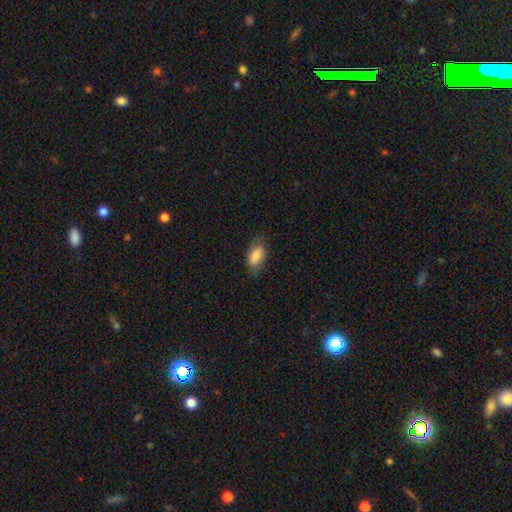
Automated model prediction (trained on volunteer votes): Q: Smooth or featured?
A: smooth (77%); runner-up: featured or disk (16%)
Q: How rounded?
A: in between (90%); runner-up: cigar-shaped (6%)
Q: Merging?
A: none (67%); runner-up: minor disturbance (24%)